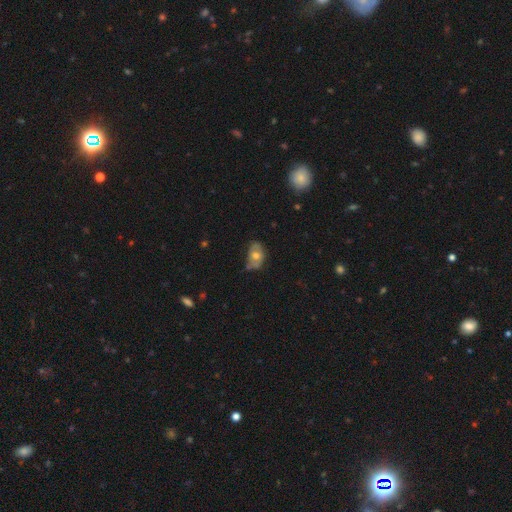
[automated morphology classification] Smooth or featured? smooth (52%)
How rounded? in between (82%)
Merging? none (48%)